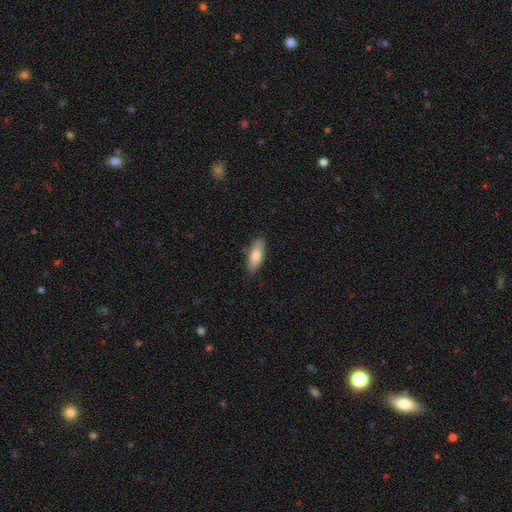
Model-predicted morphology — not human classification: Q: Smooth or featured?
A: smooth (78%); runner-up: featured or disk (16%)
Q: How rounded?
A: in between (67%); runner-up: cigar-shaped (30%)
Q: Merging?
A: none (80%); runner-up: minor disturbance (16%)